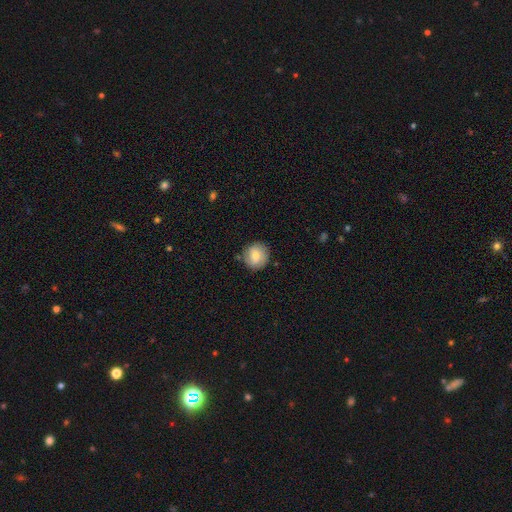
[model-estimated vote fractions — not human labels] Morphology: type=smooth (71%); roundness=round (87%); merging=none (78%).